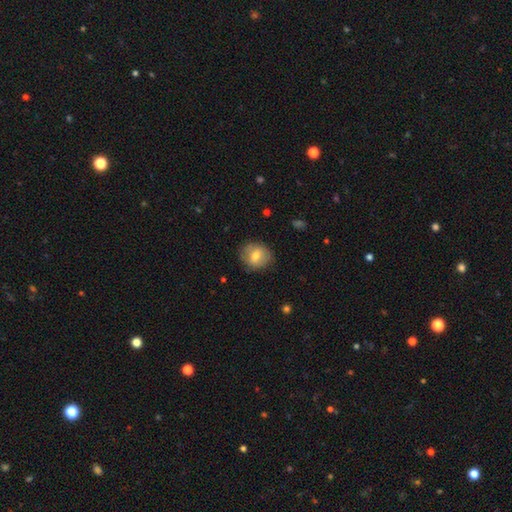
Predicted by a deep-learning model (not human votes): This is likely a smooth galaxy (70%). How rounded: likely round (71%). Merging: clearly none (82%).